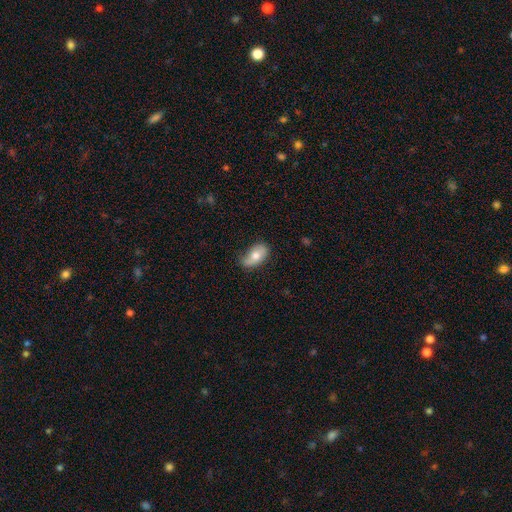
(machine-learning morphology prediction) This is likely a smooth galaxy (69%). How rounded: clearly in between (91%). Merging: possibly none (58%).